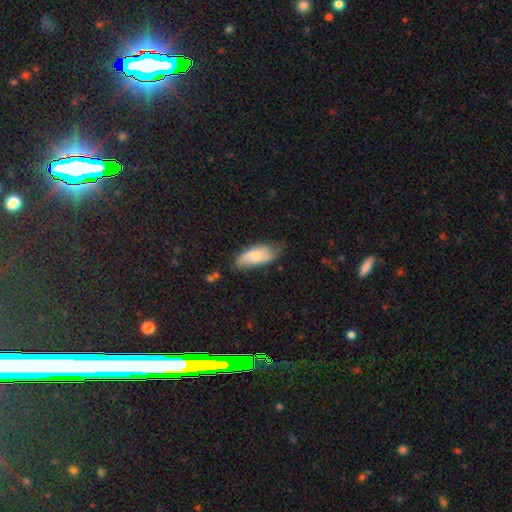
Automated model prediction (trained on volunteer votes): smooth_or_featured: smooth (p=0.61) [alt: featured or disk p=0.32]
how_rounded: in between (p=0.83) [alt: cigar-shaped p=0.15]
merging: none (p=0.52) [alt: minor disturbance p=0.35]